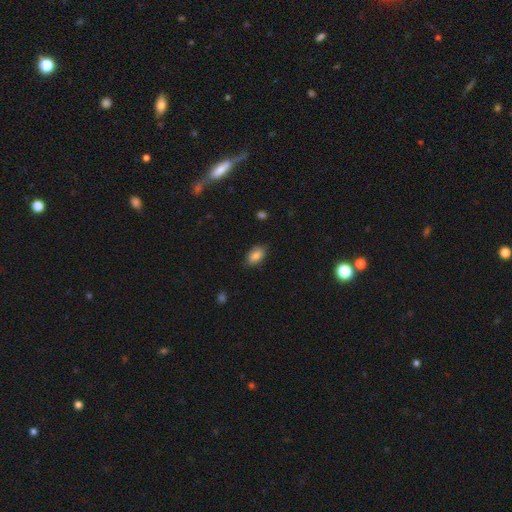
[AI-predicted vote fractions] The model was most divided on "merging": none: 79%, minor disturbance: 17%, major disturbance: 3%, merger: 1%. More confident: how rounded — in between (91%); smooth or featured — smooth (84%).